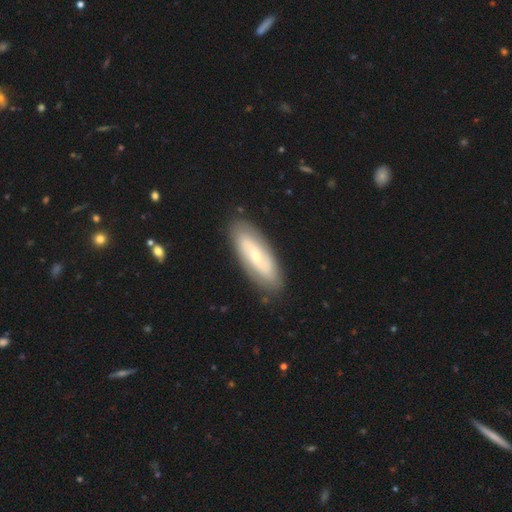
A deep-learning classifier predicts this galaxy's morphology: Smooth or featured? featured or disk (64%)
Edge-on disk? no (84%)
Bar? no (44%)
Spiral arms? yes (71%)
Bulge size? small (61%)
Merging? none (87%)